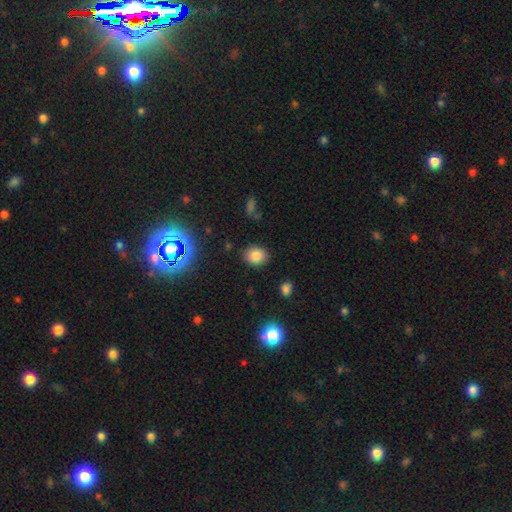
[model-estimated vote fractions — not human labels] Smooth or featured?
  - smooth: 81% *
  - star or artifact: 13%
  - featured or disk: 7%
How rounded?
  - round: 58% *
  - in between: 41%
  - cigar-shaped: 1%
Merging?
  - none: 86% *
  - minor disturbance: 10%
  - major disturbance: 3%
  - merger: 2%